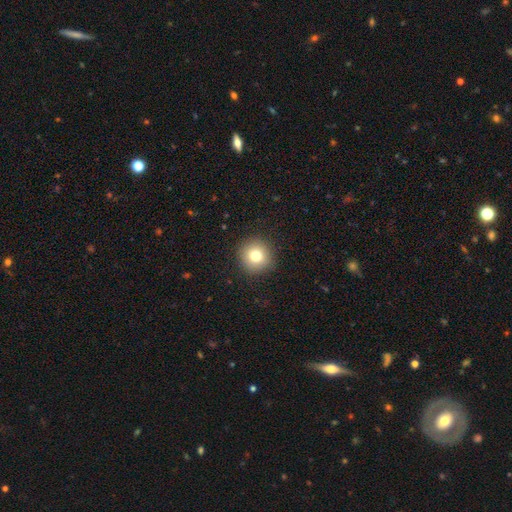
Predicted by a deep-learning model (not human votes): Smooth or featured? Predicted: smooth (p=0.78). How rounded? Predicted: round (p=0.94). Merging? Predicted: none (p=0.91).